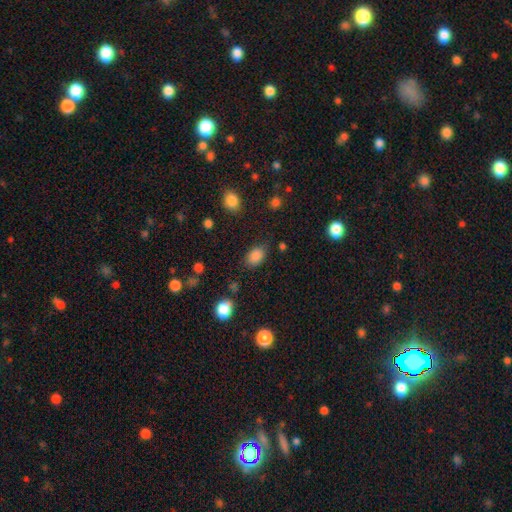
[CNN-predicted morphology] This is clearly a smooth galaxy (86%). How rounded: likely in between (80%). Merging: likely none (77%).